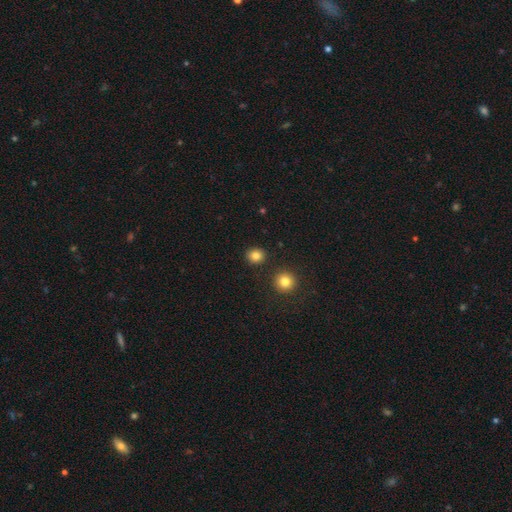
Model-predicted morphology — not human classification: type=smooth (82%); roundness=round (82%); merging=none (89%).